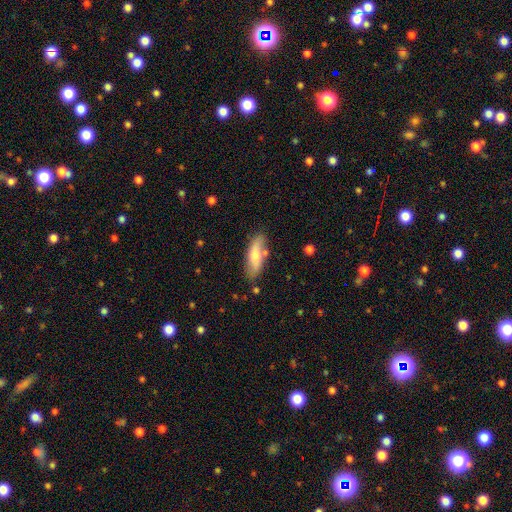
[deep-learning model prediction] Overall: smooth (60%; featured or disk 34%). How rounded: in between (60%; cigar-shaped 37%). Merging: none (73%).